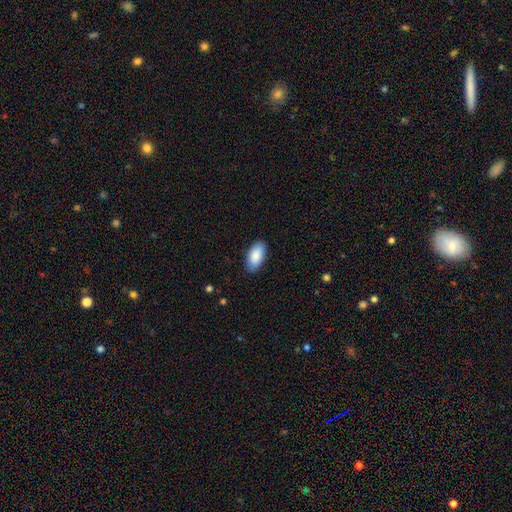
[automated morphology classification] smooth-or-featured: smooth: 89% | featured or disk: 6% | star or artifact: 6%
  how-rounded: in between: 94% | cigar-shaped: 4% | round: 2%
  merging: none: 88% | minor disturbance: 9% | major disturbance: 2% | merger: 1%